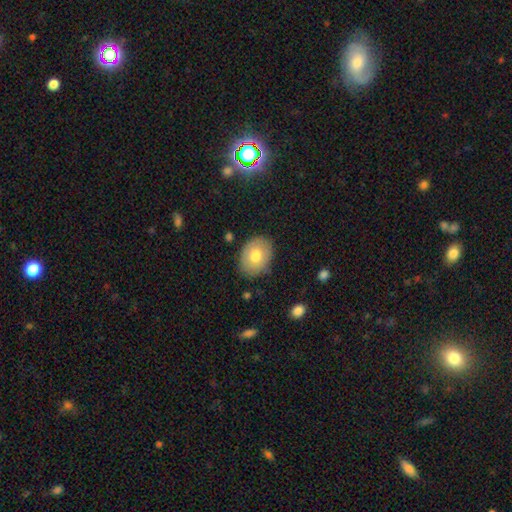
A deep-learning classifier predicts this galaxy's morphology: Q: Smooth or featured?
A: smooth (72%); runner-up: featured or disk (21%)
Q: How rounded?
A: in between (70%); runner-up: round (29%)
Q: Merging?
A: none (83%); runner-up: minor disturbance (13%)